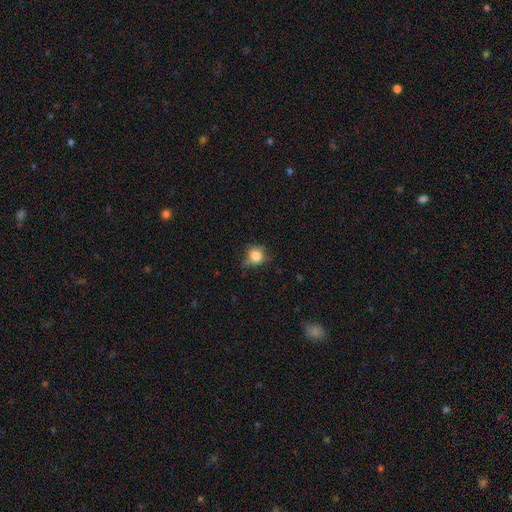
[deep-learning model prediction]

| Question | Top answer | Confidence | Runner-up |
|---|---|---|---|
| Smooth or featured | smooth | 80% | star or artifact (11%) |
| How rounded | round | 83% | in between (16%) |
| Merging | none | 63% | minor disturbance (27%) |